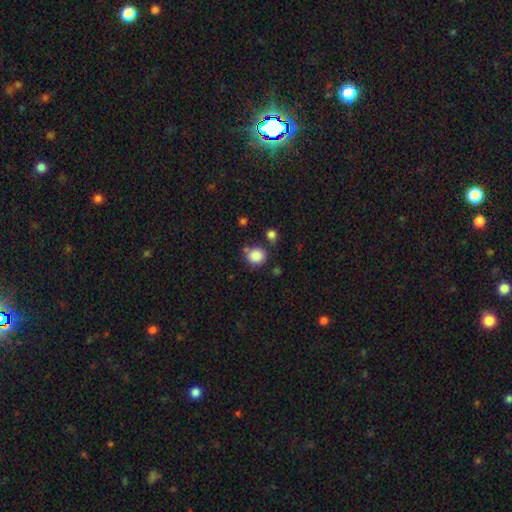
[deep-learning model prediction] smooth_or_featured: smooth (p=0.87) [alt: star or artifact p=0.09]
how_rounded: round (p=0.82) [alt: in between p=0.17]
merging: none (p=0.71) [alt: minor disturbance p=0.14]